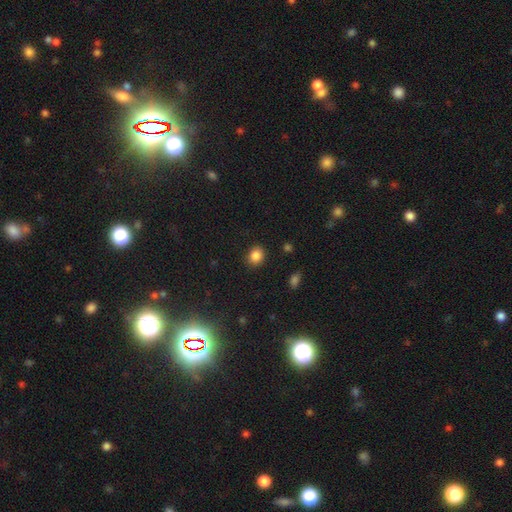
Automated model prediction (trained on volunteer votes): This appears to be a smooth galaxy with no disk features (85%) that is round (62%). Merging: none (87%).